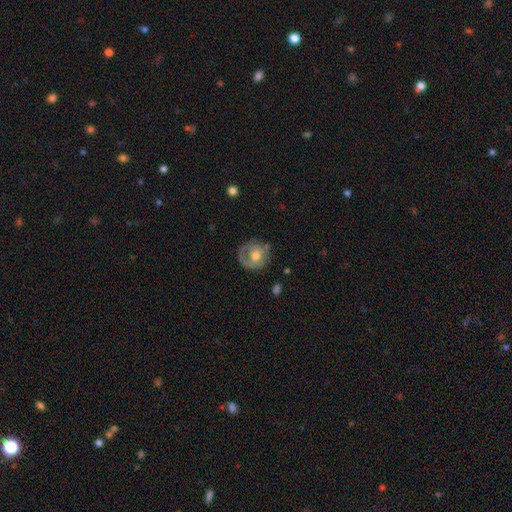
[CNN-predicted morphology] A featured or disk galaxy (49%).

Vote fractions:
- Smooth or featured? featured or disk: 49% / smooth: 44% / star or artifact: 7%
- Merging? none: 59% / minor disturbance: 23% / major disturbance: 16% / merger: 3%